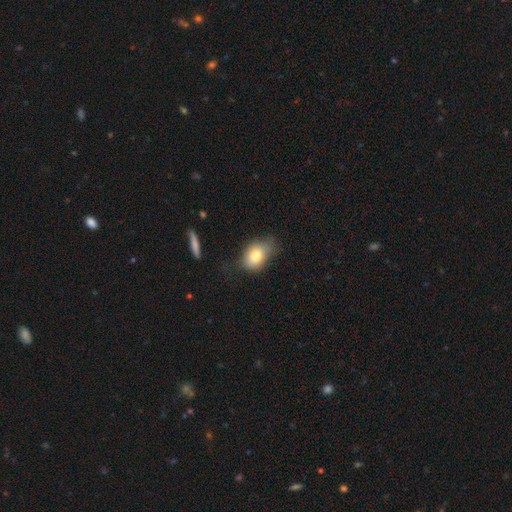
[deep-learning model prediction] smooth_or_featured: smooth (p=0.78) [alt: featured or disk p=0.13]
how_rounded: in between (p=0.76) [alt: round p=0.23]
merging: none (p=0.54) [alt: minor disturbance p=0.33]